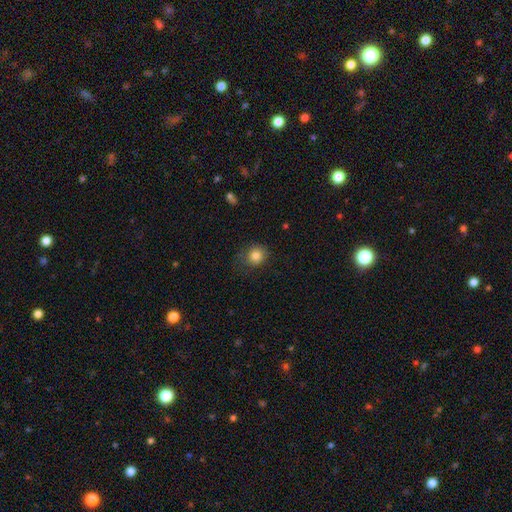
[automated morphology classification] smooth 82%, star or artifact 11%, featured or disk 6%. Down the decision tree: how rounded — round (83%); merging — none (71%).